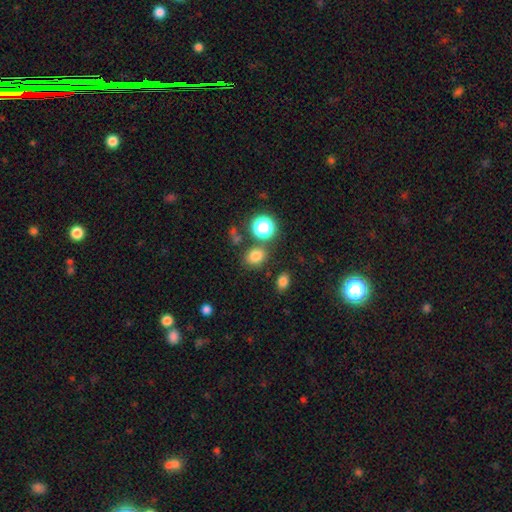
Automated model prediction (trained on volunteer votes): This is likely a smooth galaxy (77%). How rounded: likely round (60%). Merging: likely none (74%).